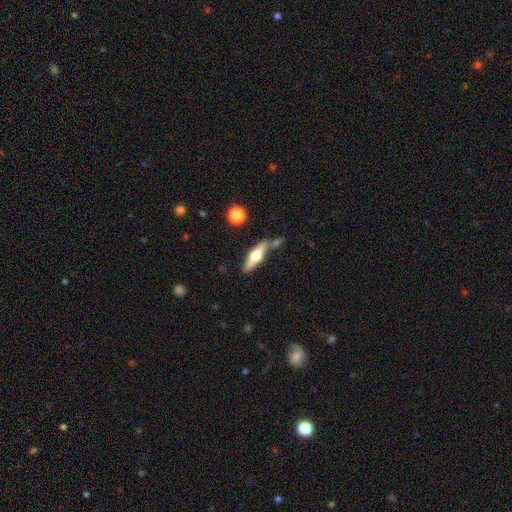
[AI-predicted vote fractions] Morphology: type=featured or disk (60%); edge-on=yes (93%); edge-on bulge=rounded (95%); merging=none (72%).